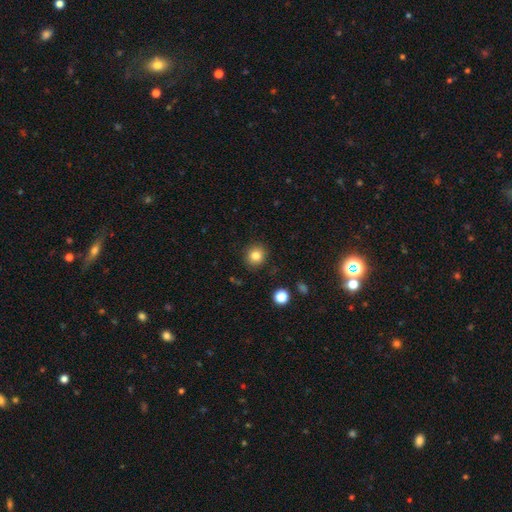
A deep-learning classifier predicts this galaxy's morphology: type=smooth (83%); roundness=round (89%); merging=none (89%).